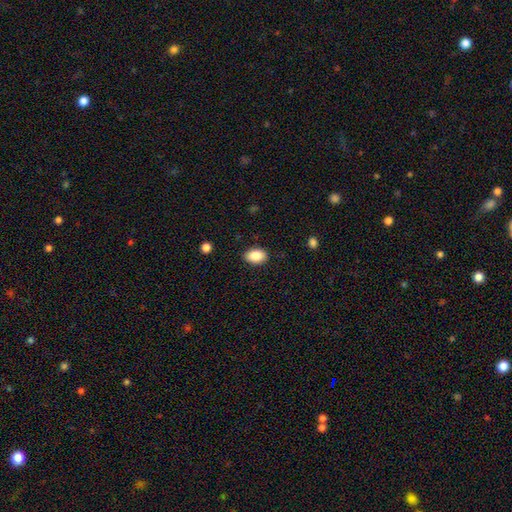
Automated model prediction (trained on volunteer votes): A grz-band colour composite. It shows a smooth galaxy with no disk features (86%) that is in between round and cigar-shaped (85%). Merging: none (88%).